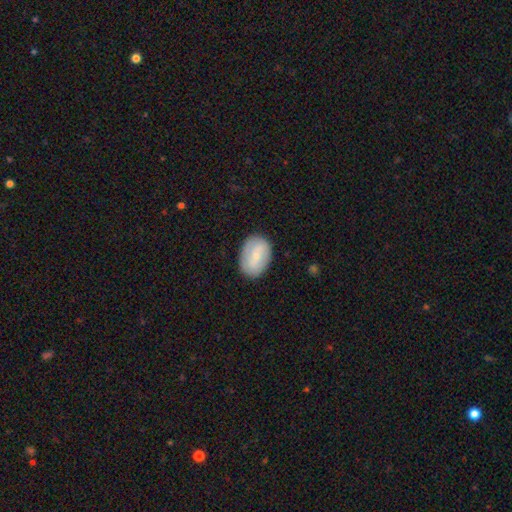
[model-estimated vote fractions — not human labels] smooth-or-featured: smooth: 58% | featured or disk: 35% | star or artifact: 7%
  how-rounded: in between: 82% | round: 16% | cigar-shaped: 1%
  merging: none: 84% | minor disturbance: 12% | major disturbance: 3% | merger: 1%